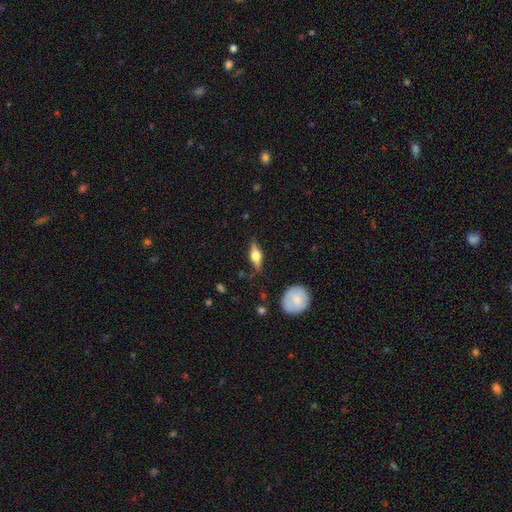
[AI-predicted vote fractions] The model was most divided on "smooth or featured": featured or disk: 62%, smooth: 32%, star or artifact: 6%. More confident: edge-on disk — yes (94%); edge-on bulge — rounded (93%); merging — none (83%).